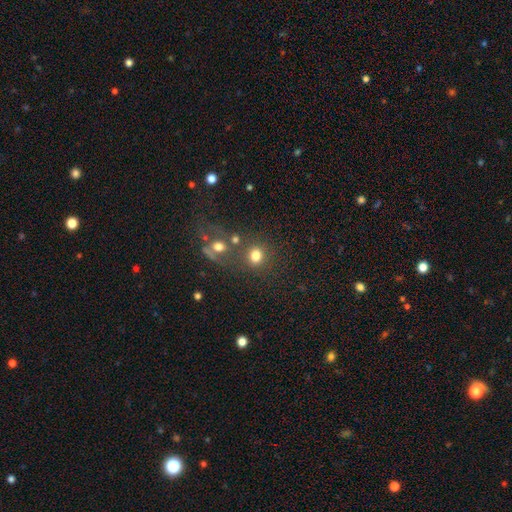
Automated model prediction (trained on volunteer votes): Smooth or featured: smooth — 76% (star or artifact — 15%)
How rounded: round — 80% (in between — 19%)
Merging: none — 63% (merger — 21%)